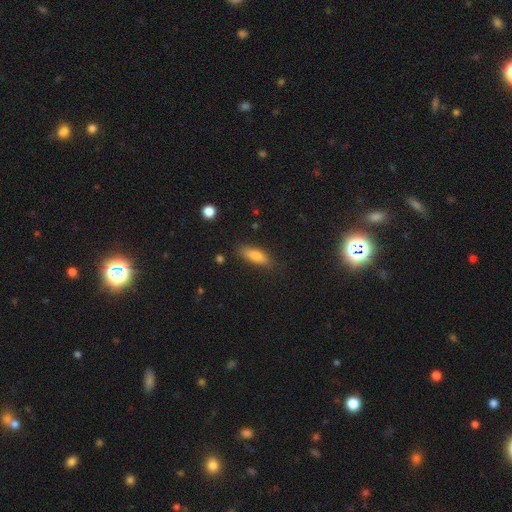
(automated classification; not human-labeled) smooth_or_featured: smooth (p=0.82) [alt: featured or disk p=0.10]
how_rounded: in between (p=0.62) [alt: cigar-shaped p=0.35]
merging: none (p=0.80) [alt: minor disturbance p=0.14]